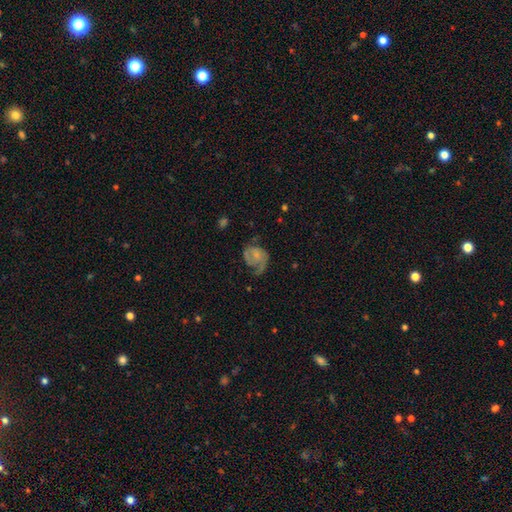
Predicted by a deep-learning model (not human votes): Overall: featured or disk (62%; smooth 31%). Edge-on disk: no (98%). Bar: no (71%). Spiral arms: yes (84%). Spiral arm count: 1 (47%; 2 35%). Spiral winding: medium (41%; tight 32%). Bulge size: small (49%; none 25%). Merging: none (37%; major disturbance 34%).